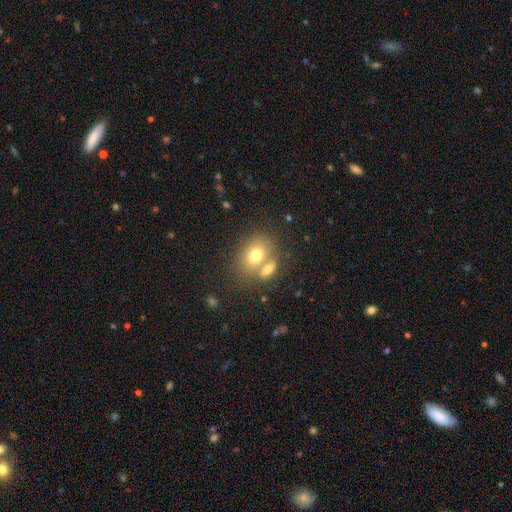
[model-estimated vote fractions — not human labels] smooth_or_featured: smooth (p=0.72) [alt: featured or disk p=0.18]
how_rounded: in between (p=0.64) [alt: round p=0.34]
merging: merger (p=0.44) [alt: none p=0.42]